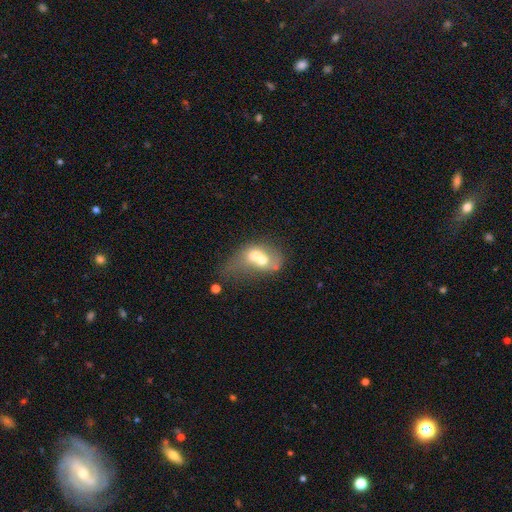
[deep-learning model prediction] A smooth galaxy with no disk features (53%) that is in between round and cigar-shaped (56%). Merging: merger (73%).